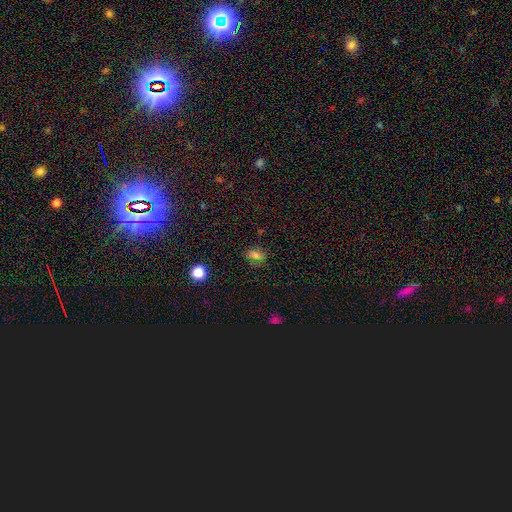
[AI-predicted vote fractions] Overall: smooth (60%; star or artifact 33%). How rounded: in between (58%; round 37%). Merging: none (82%).